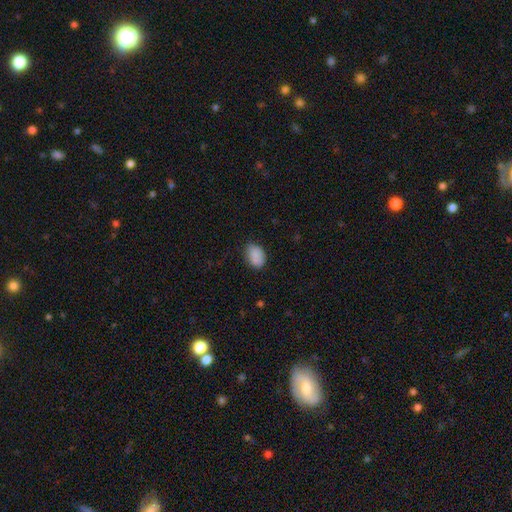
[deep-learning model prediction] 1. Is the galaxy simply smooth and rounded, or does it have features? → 86% smooth, 8% star or artifact, 7% featured or disk.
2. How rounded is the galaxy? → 81% in between, 18% round, 1% cigar-shaped.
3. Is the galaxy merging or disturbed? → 75% none, 19% minor disturbance, 4% major disturbance, 2% merger.